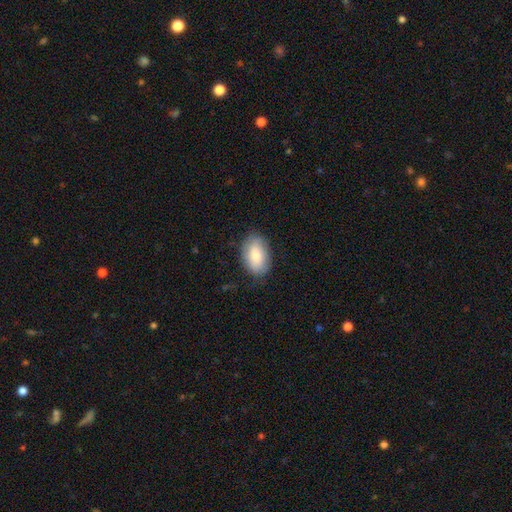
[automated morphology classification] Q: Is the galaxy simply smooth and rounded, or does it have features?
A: smooth — 83%.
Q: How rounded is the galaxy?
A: in between — 91%.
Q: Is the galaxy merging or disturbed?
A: none — 79%.